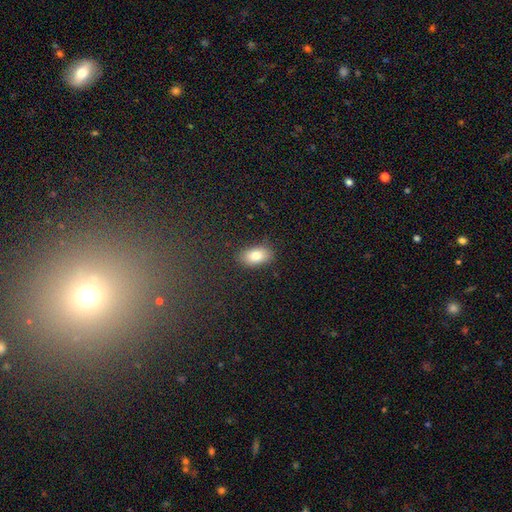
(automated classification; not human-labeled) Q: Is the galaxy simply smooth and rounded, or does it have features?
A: smooth — 82%.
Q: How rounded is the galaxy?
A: in between — 92%.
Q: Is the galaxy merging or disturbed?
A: none — 85%.